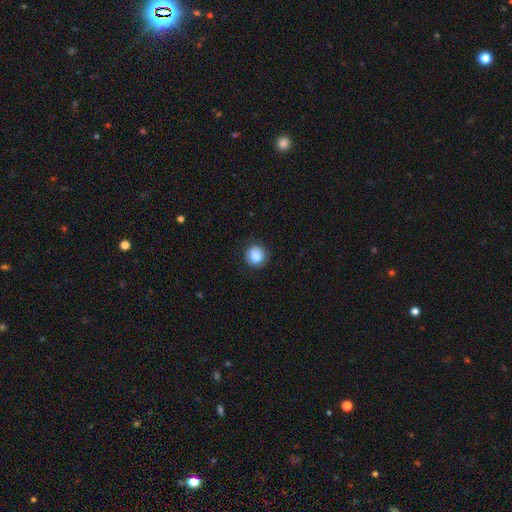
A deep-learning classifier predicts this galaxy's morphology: smooth 87%, star or artifact 8%, featured or disk 4%. Down the decision tree: how rounded — round (91%); merging — none (87%).